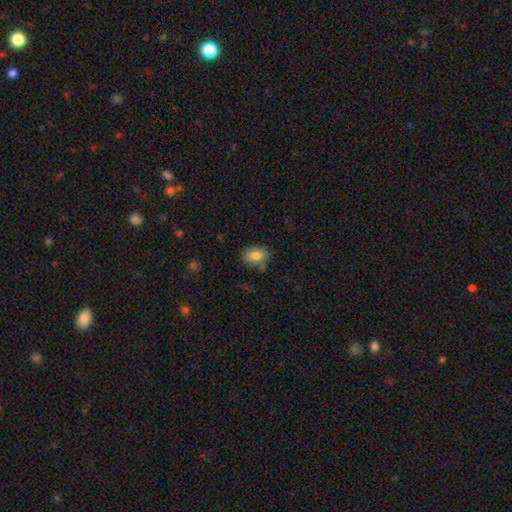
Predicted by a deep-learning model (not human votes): Morphology: type=smooth (81%); roundness=in between (81%); merging=none (77%).